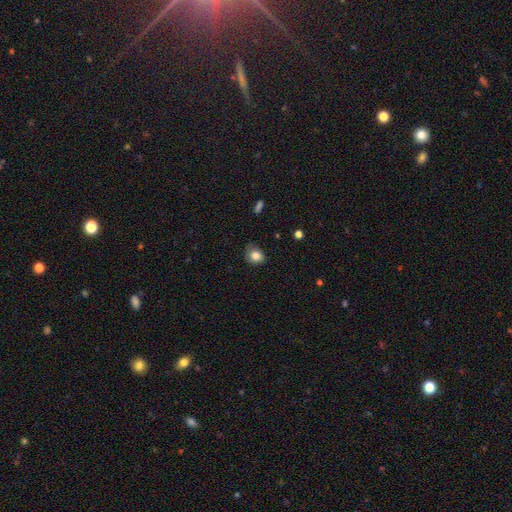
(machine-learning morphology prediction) smooth 82%, star or artifact 10%, featured or disk 8%. Down the decision tree: how rounded — round (62%); merging — none (65%).